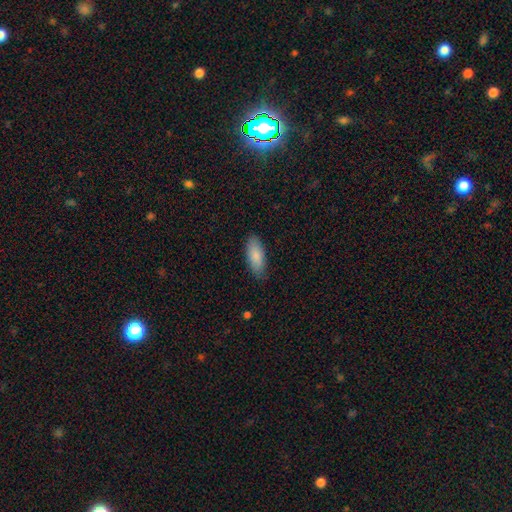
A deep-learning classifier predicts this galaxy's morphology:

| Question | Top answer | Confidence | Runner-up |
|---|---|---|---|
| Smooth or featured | smooth | 86% | featured or disk (9%) |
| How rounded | in between | 82% | cigar-shaped (16%) |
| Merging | none | 84% | minor disturbance (13%) |